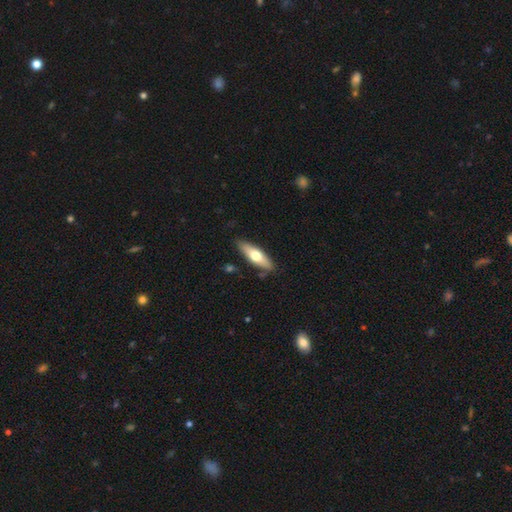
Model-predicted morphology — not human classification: A smooth galaxy with no disk features (57%) that is cigar-shaped (51%). Merging: none (84%).